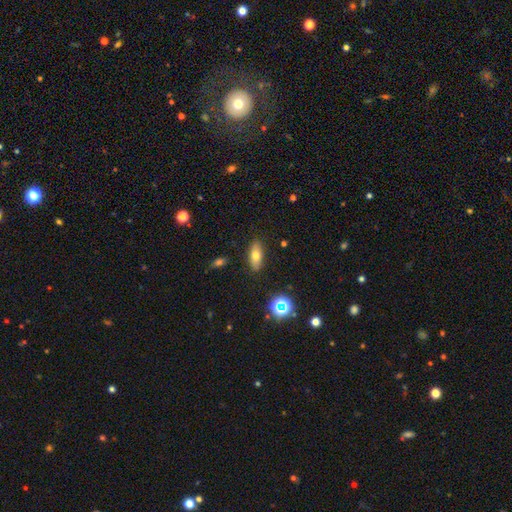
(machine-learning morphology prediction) Q: Smooth or featured?
A: smooth (69%); runner-up: featured or disk (20%)
Q: How rounded?
A: in between (77%); runner-up: cigar-shaped (18%)
Q: Merging?
A: none (87%); runner-up: minor disturbance (9%)